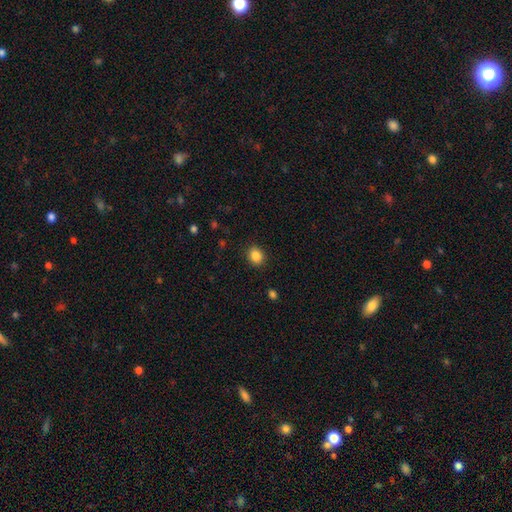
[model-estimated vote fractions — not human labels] This appears to be a smooth galaxy with no disk features (86%) that is round (67%). Merging: none (90%).